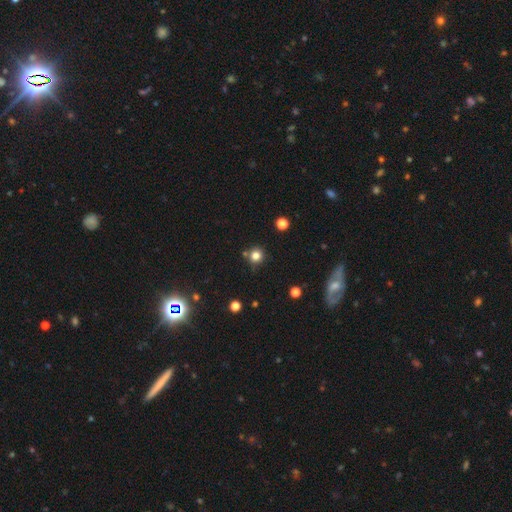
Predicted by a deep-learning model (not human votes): This appears to be a smooth galaxy with no disk features (79%) that is round (92%). Merging: none (78%).